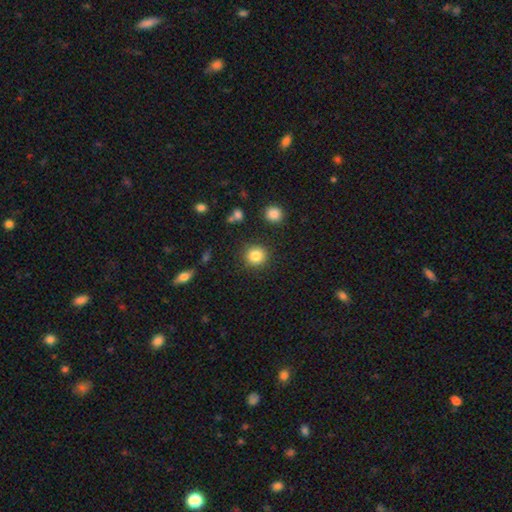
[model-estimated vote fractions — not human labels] The model was most divided on "smooth or featured": smooth: 84%, star or artifact: 10%, featured or disk: 6%. More confident: how rounded — round (90%); merging — none (89%).